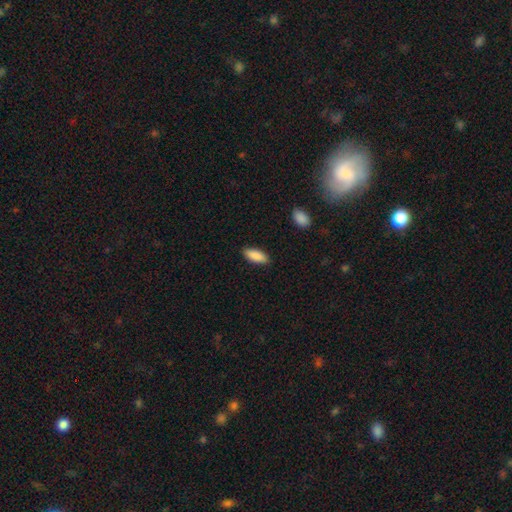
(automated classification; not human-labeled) This is clearly a smooth galaxy (88%). How rounded: clearly in between (80%). Merging: clearly none (86%).